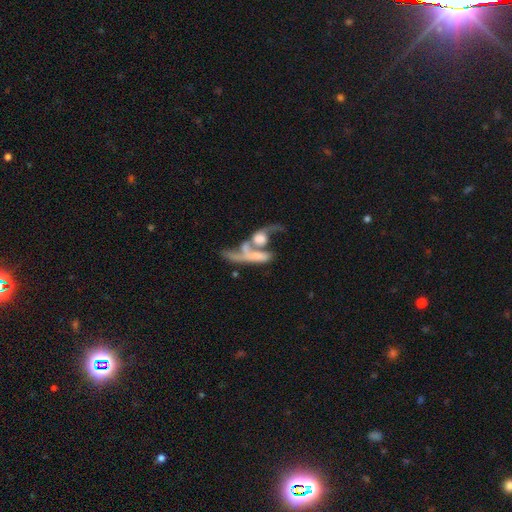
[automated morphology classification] Smooth or featured?
  - featured or disk: 56% *
  - smooth: 34%
  - star or artifact: 10%
Edge-on disk?
  - no: 83% *
  - yes: 17%
Merging?
  - merger: 62% *
  - major disturbance: 19%
  - none: 12%
  - minor disturbance: 6%